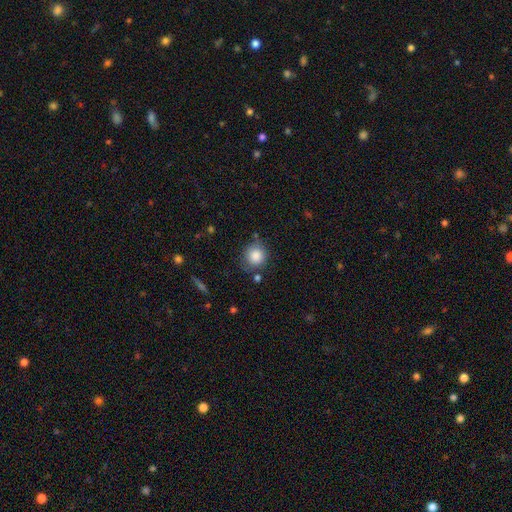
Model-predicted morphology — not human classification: Q: Smooth or featured?
A: smooth (86%); runner-up: star or artifact (9%)
Q: How rounded?
A: round (87%); runner-up: in between (12%)
Q: Merging?
A: none (74%); runner-up: minor disturbance (16%)